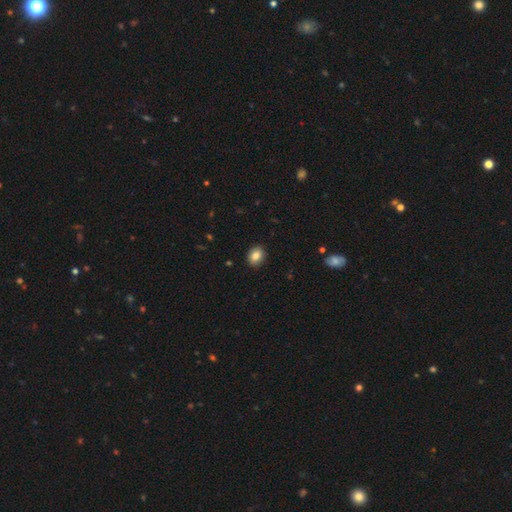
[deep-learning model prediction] smooth_or_featured: smooth (p=0.85) [alt: star or artifact p=0.09]
how_rounded: in between (p=0.52) [alt: round p=0.47]
merging: none (p=0.90) [alt: minor disturbance p=0.07]